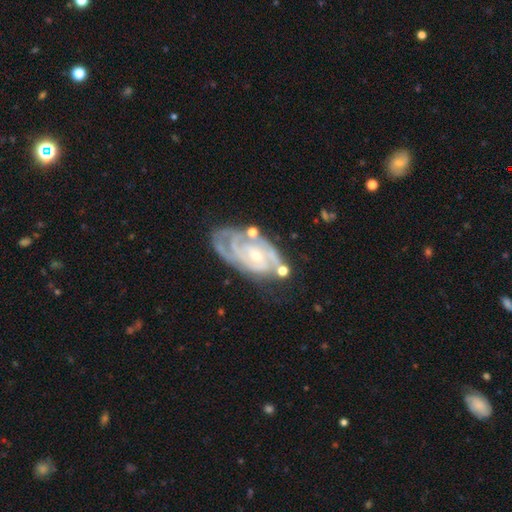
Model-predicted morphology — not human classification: Q: Smooth or featured?
A: featured or disk (87%); runner-up: smooth (8%)
Q: Edge-on disk?
A: no (96%); runner-up: yes (4%)
Q: Bar?
A: no (51%); runner-up: weak (39%)
Q: Spiral arms?
A: yes (95%); runner-up: no (5%)
Q: Spiral winding?
A: tight (68%); runner-up: medium (27%)
Q: Spiral arm count?
A: 2 (36%); runner-up: can't tell (27%)
Q: Bulge size?
A: small (56%); runner-up: moderate (39%)
Q: Merging?
A: none (58%); runner-up: minor disturbance (23%)